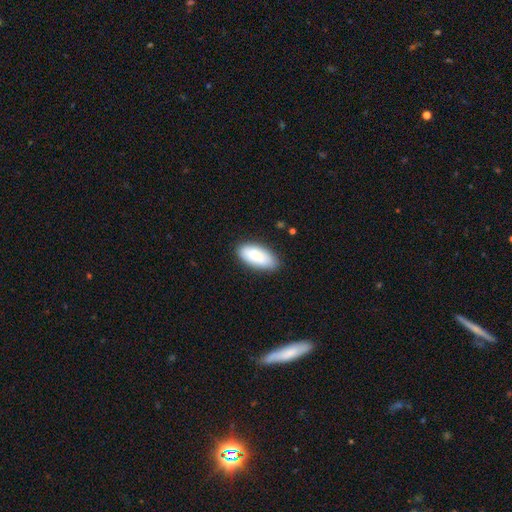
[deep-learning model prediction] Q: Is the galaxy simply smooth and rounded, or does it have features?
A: smooth — 86%.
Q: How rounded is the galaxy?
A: in between — 89%.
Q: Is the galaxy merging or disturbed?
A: none — 82%.